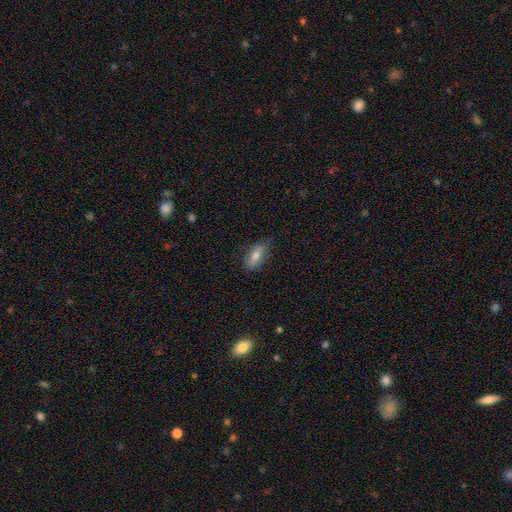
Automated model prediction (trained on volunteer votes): A smooth galaxy with no disk features (67%) that is in between round and cigar-shaped (76%). Merging: none (75%).